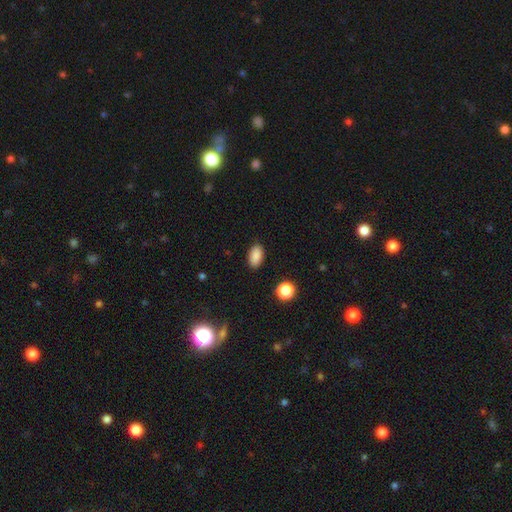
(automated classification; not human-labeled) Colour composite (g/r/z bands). It shows a smooth galaxy with no disk features (88%) that is in between round and cigar-shaped (92%). Merging: none (88%).